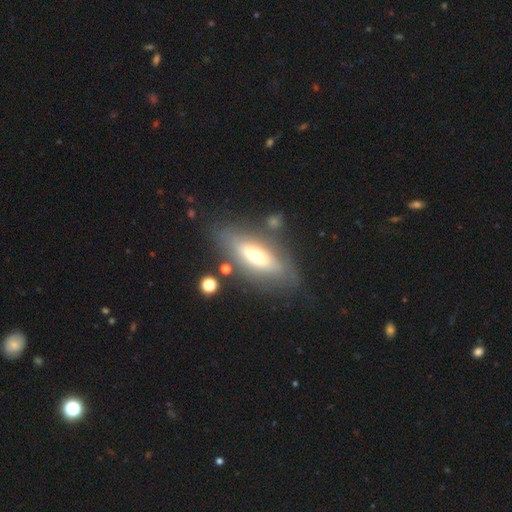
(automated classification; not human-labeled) smooth-or-featured: featured or disk: 46% (tied) | smooth: 46% (tied) | star or artifact: 7%
  merging: none: 74% | minor disturbance: 15% | major disturbance: 6% | merger: 5%